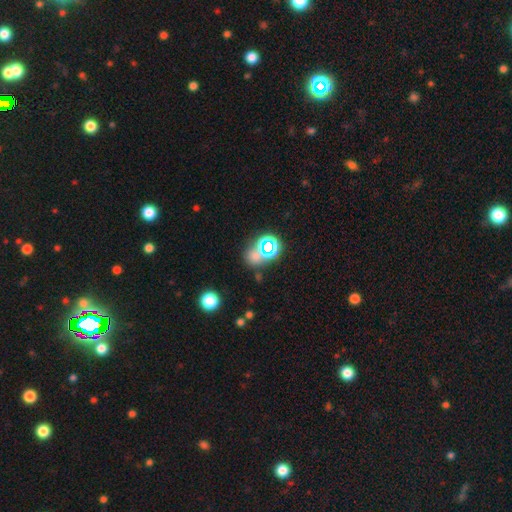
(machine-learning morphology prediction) This is possibly a star or artifact rather than a galaxy (45%, tied with smooth).